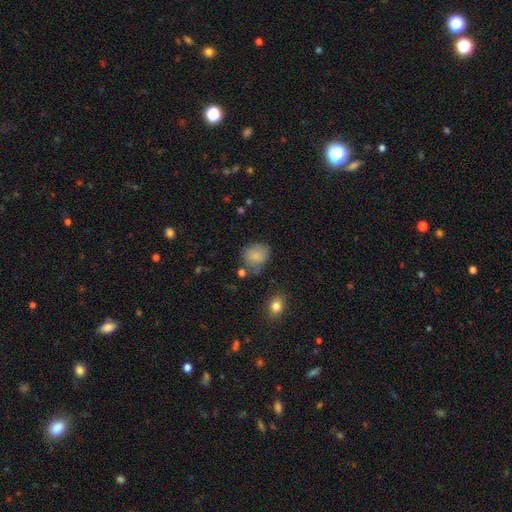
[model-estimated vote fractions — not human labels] smooth-or-featured: smooth: 83% | star or artifact: 9% | featured or disk: 8%
  how-rounded: round: 70% | in between: 29% | cigar-shaped: 1%
  merging: none: 65% | minor disturbance: 22% | merger: 6% | major disturbance: 6%